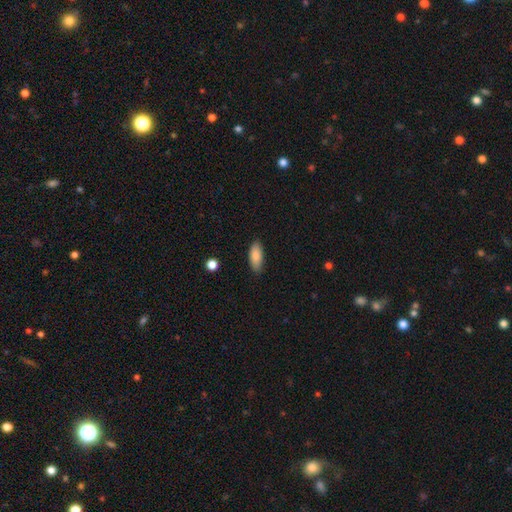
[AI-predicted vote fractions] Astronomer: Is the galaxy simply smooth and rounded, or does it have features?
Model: smooth — 85%.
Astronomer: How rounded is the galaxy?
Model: in between — 81%.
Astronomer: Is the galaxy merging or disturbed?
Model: none — 86%.